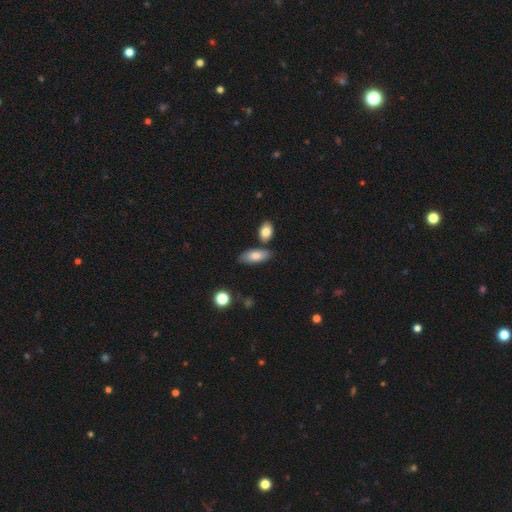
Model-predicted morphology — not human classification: smooth_or_featured: smooth (p=0.78) [alt: featured or disk p=0.16]
how_rounded: in between (p=0.84) [alt: cigar-shaped p=0.14]
merging: none (p=0.71) [alt: minor disturbance p=0.14]